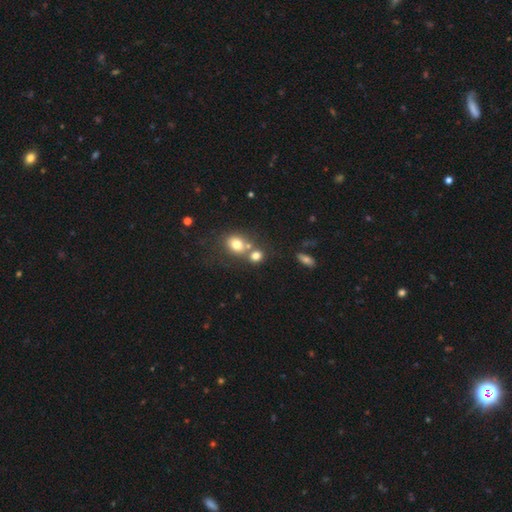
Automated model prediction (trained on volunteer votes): Smooth or featured?
  - smooth: 74% *
  - star or artifact: 14%
  - featured or disk: 12%
How rounded?
  - round: 67% *
  - in between: 32%
  - cigar-shaped: 1%
Merging?
  - none: 44% *
  - merger: 41%
  - minor disturbance: 10%
  - major disturbance: 5%